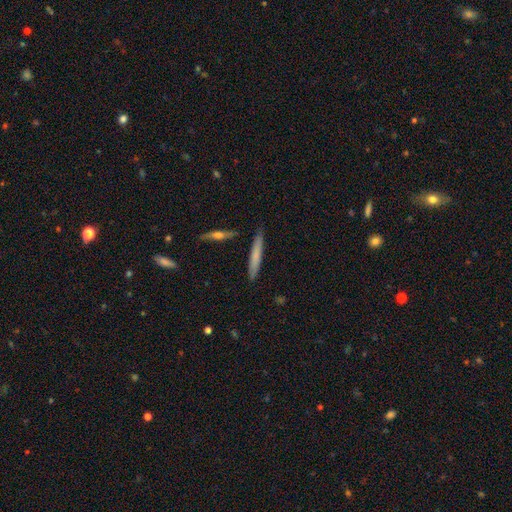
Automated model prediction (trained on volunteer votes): smooth_or_featured: smooth (p=0.64) [alt: featured or disk p=0.30]
how_rounded: cigar-shaped (p=0.94) [alt: in between p=0.04]
merging: none (p=0.85) [alt: minor disturbance p=0.10]